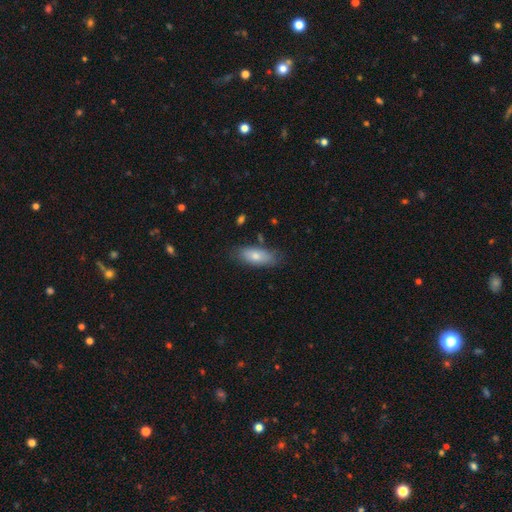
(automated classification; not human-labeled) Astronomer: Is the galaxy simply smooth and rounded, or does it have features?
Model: smooth — 76%.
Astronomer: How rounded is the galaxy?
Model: in between — 82%.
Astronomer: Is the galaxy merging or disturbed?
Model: none — 76%.